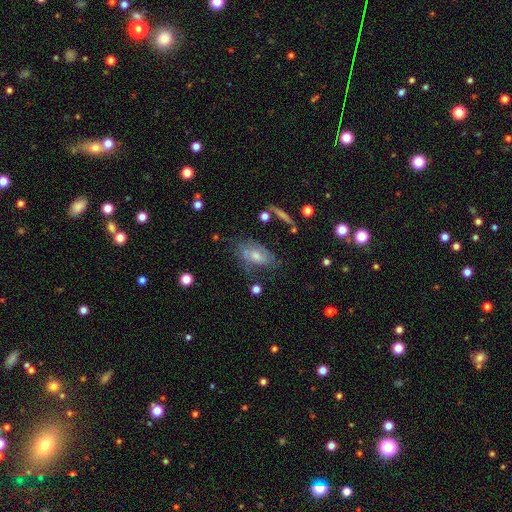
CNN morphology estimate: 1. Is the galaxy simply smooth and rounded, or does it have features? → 50% featured or disk, 40% smooth, 9% star or artifact.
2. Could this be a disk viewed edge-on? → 88% no, 12% yes.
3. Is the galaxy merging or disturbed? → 50% none, 27% minor disturbance, 18% major disturbance, 6% merger.